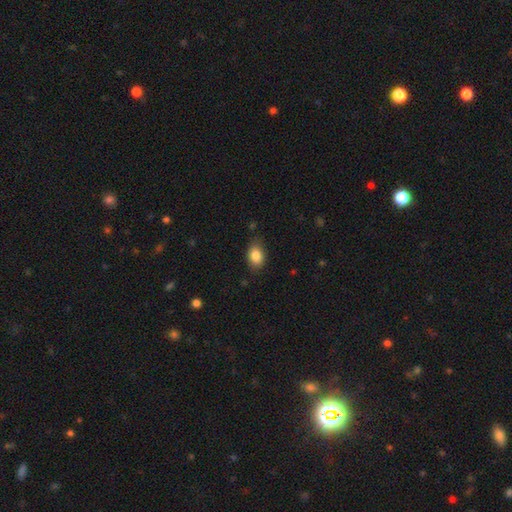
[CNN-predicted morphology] smooth 85%, star or artifact 8%, featured or disk 7%. Down the decision tree: how rounded — in between (83%); merging — none (77%).